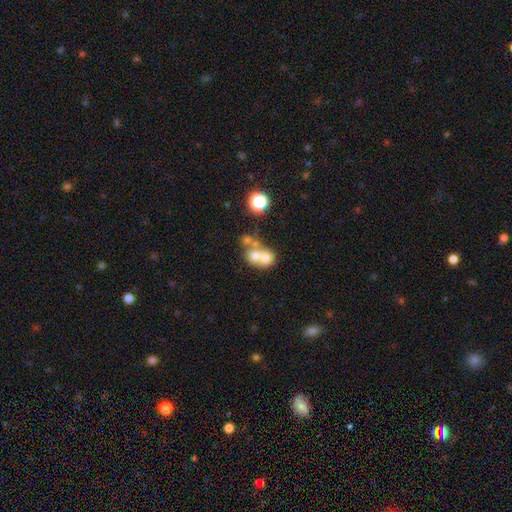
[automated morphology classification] This appears to be a smooth galaxy with no disk features (62%) that is round (72%). Merging: merger (64%).